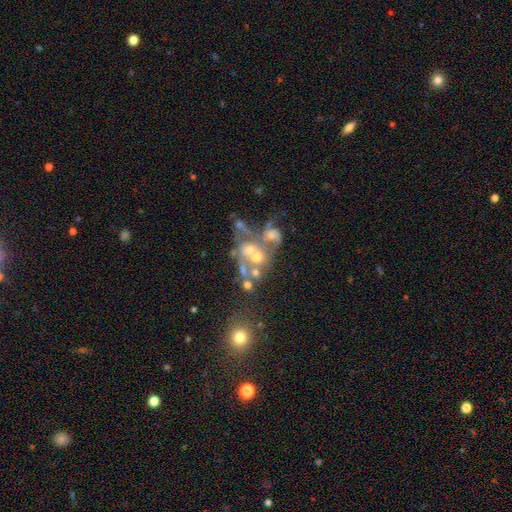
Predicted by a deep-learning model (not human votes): featured or disk 59%, smooth 22%, star or artifact 19%. Down the decision tree: edge-on disk — no (97%); bar — no (88%); spiral arms — no (80%); bulge size — moderate (36%); merging — merger (49%).